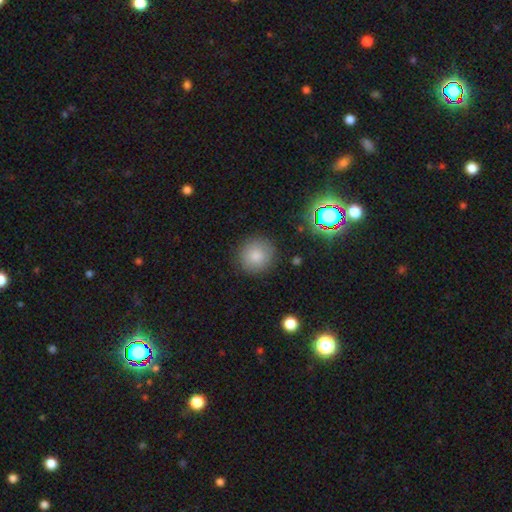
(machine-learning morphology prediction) smooth_or_featured: smooth (p=0.83) [alt: star or artifact p=0.10]
how_rounded: round (p=0.91) [alt: in between p=0.08]
merging: none (p=0.87) [alt: minor disturbance p=0.09]